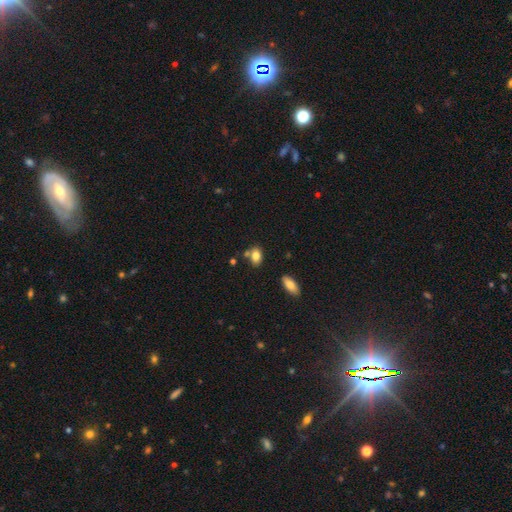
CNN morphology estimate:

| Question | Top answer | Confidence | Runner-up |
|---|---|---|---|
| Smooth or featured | smooth | 81% | featured or disk (10%) |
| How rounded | in between | 80% | round (18%) |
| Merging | none | 63% | merger (20%) |